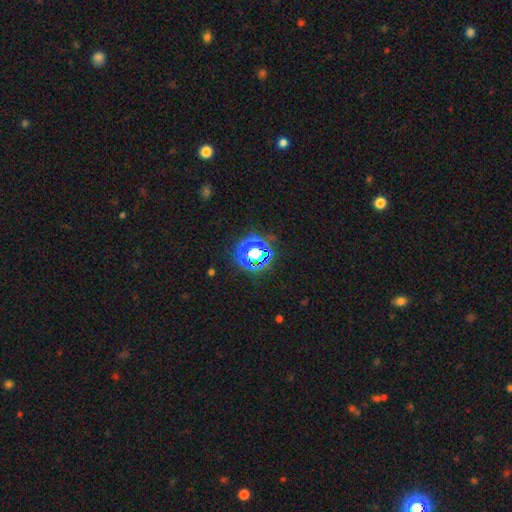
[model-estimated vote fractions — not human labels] This is likely a star or artifact rather than a galaxy (60%).